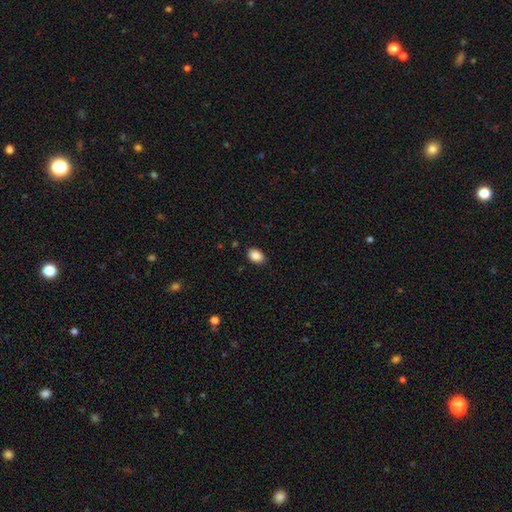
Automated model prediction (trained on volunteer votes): The model was most divided on "how rounded": in between: 85%, round: 14%, cigar-shaped: 1%. More confident: smooth or featured — smooth (88%); merging — none (86%).